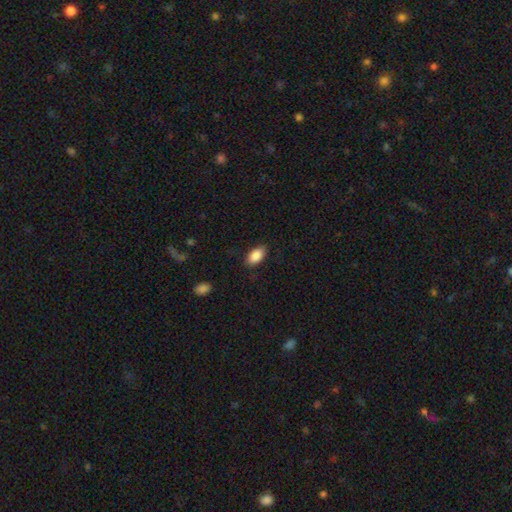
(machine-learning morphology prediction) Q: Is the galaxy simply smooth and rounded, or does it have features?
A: smooth — 88%.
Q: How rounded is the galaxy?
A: in between — 92%.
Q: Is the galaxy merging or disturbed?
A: none — 86%.